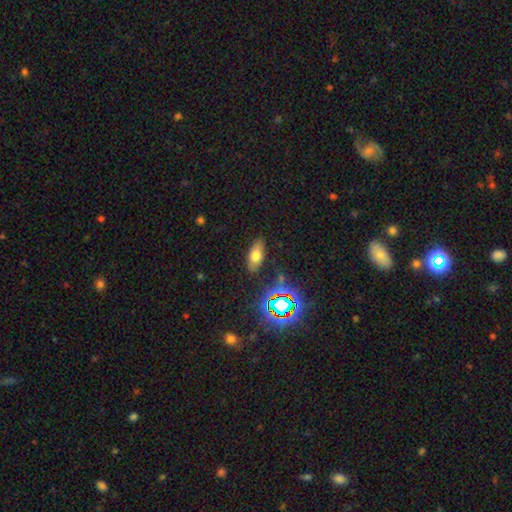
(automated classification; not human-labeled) Morphology: type=smooth (65%); roundness=in between (81%); merging=none (85%).